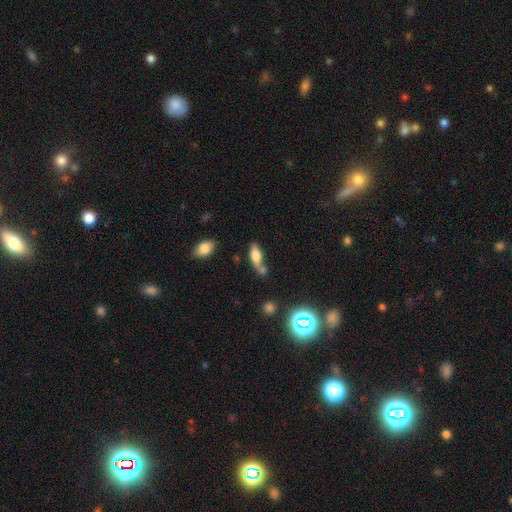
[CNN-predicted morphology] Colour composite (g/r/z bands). It shows a smooth galaxy with no disk features (64%) that is in between round and cigar-shaped (66%). Merging: none (43%).